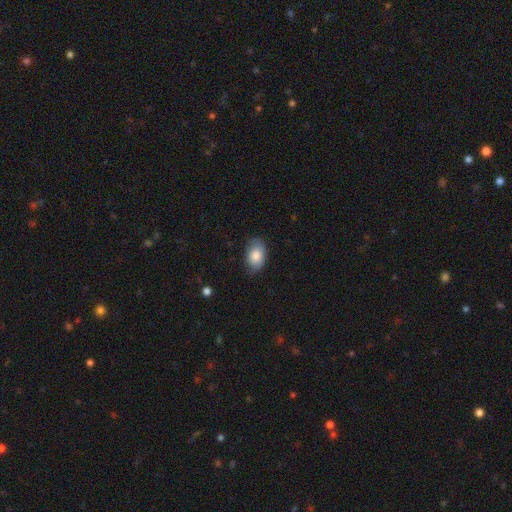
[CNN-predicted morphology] A smooth galaxy with no disk features (82%) that is in between round and cigar-shaped (89%).

Vote fractions:
- Smooth or featured? smooth: 82% / featured or disk: 12% / star or artifact: 7%
- How rounded? in between: 89% / round: 10% / cigar-shaped: 1%
- Merging? none: 71% / minor disturbance: 23% / major disturbance: 5% / merger: 1%